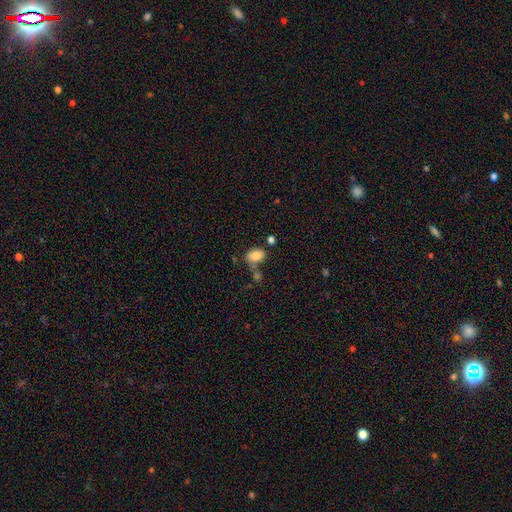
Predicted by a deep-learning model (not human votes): A smooth galaxy with no disk features (82%) that is in between round and cigar-shaped (83%). Merging: none (52%).